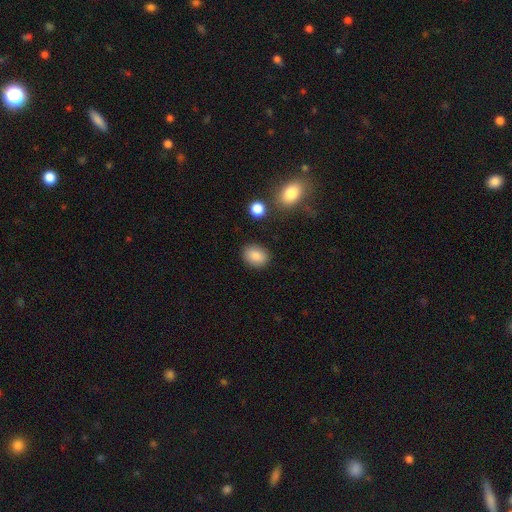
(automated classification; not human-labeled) This appears to be a smooth galaxy with no disk features (86%) that is in between round and cigar-shaped (62%). Merging: none (86%).